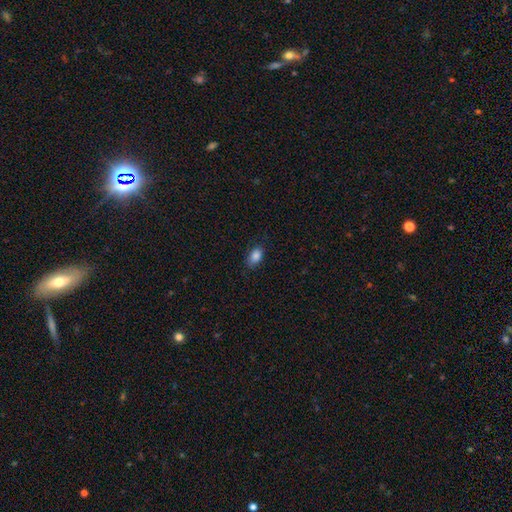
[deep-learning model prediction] Smooth or featured? smooth (86%)
How rounded? in between (88%)
Merging? none (78%)